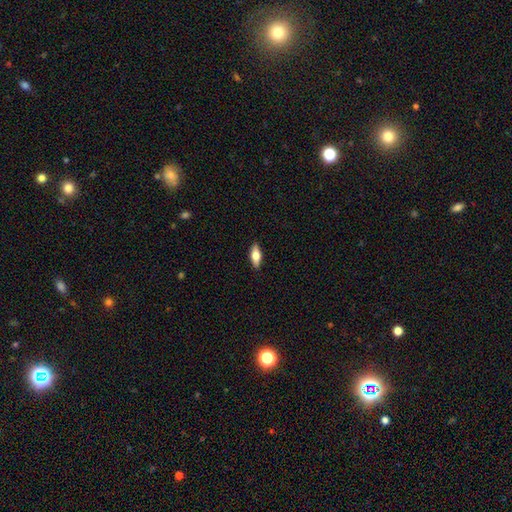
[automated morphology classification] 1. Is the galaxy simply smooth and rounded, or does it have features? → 62% smooth, 32% featured or disk, 6% star or artifact.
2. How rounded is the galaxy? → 72% in between, 25% cigar-shaped, 3% round.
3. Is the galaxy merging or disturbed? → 89% none, 8% minor disturbance, 2% major disturbance, 1% merger.